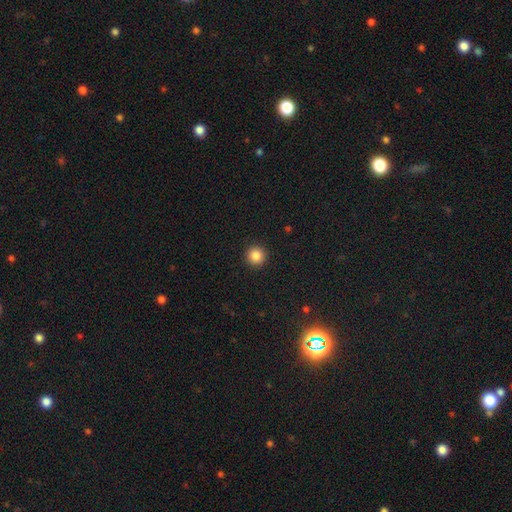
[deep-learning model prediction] The model was most divided on "smooth or featured": smooth: 86%, star or artifact: 10%, featured or disk: 4%. More confident: how rounded — round (96%); merging — none (93%).